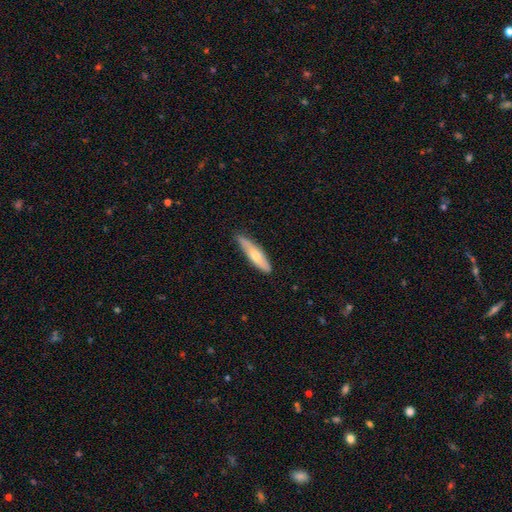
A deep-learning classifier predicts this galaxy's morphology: Smooth or featured?
  - smooth: 61% *
  - featured or disk: 33%
  - star or artifact: 5%
How rounded?
  - cigar-shaped: 77% *
  - in between: 22%
  - round: 2%
Merging?
  - none: 77% *
  - minor disturbance: 19%
  - major disturbance: 3%
  - merger: 1%